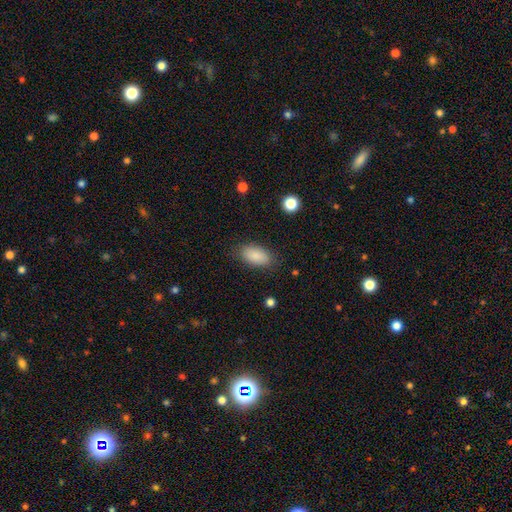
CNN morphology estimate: A smooth galaxy with no disk features (88%) that is in between round and cigar-shaped (93%).

Vote fractions:
- Smooth or featured? smooth: 88% / star or artifact: 7% / featured or disk: 5%
- How rounded? in between: 93% / cigar-shaped: 4% / round: 3%
- Merging? none: 84% / minor disturbance: 12% / major disturbance: 3% / merger: 1%